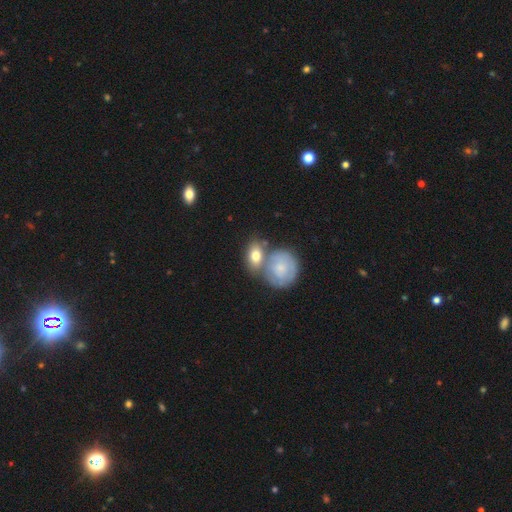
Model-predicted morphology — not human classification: Q: Smooth or featured?
A: smooth (67%); runner-up: featured or disk (26%)
Q: How rounded?
A: in between (62%); runner-up: round (36%)
Q: Merging?
A: none (44%); runner-up: merger (38%)